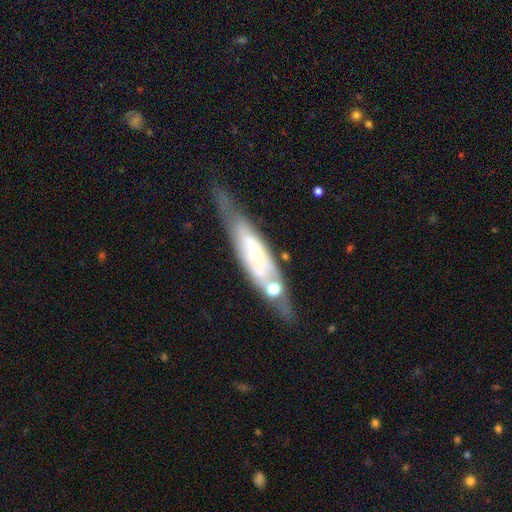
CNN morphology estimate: A featured or disk galaxy (69%).

Vote fractions:
- Smooth or featured? featured or disk: 69% / smooth: 24% / star or artifact: 7%
- Edge-on disk? no: 57% / yes: 43%
- Merging? none: 54% / minor disturbance: 23% / merger: 11% / major disturbance: 11%